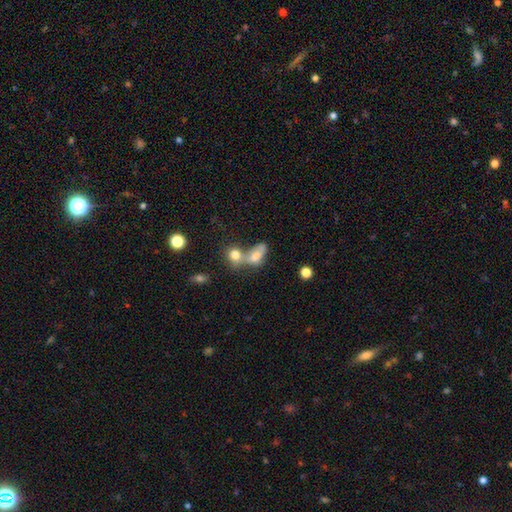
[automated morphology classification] Smooth or featured? smooth (69%)
How rounded? in between (75%)
Merging? merger (63%)